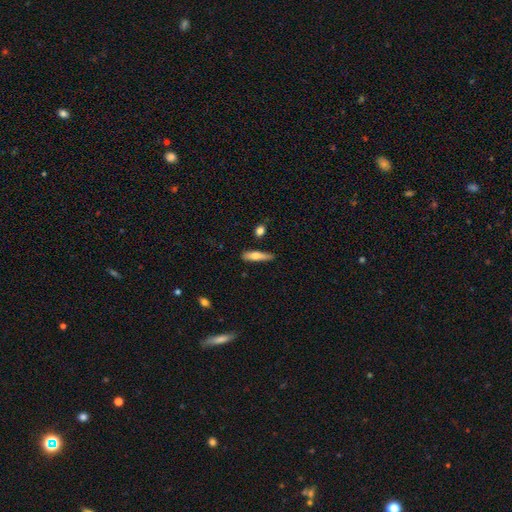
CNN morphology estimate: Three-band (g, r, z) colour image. It shows a smooth galaxy with no disk features (67%) that is cigar-shaped (73%). Merging: none (70%).